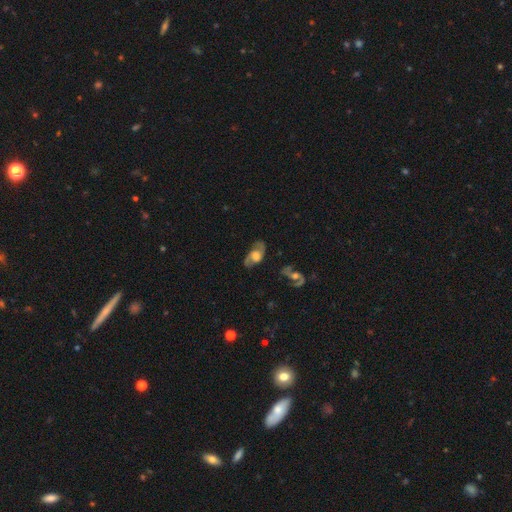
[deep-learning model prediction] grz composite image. It shows a featured or disk galaxy (73%) with no bar (65%), 2 (88%) medium (49%) spiral arms (86%) and a large central bulge (52%). Merging: none (75%).